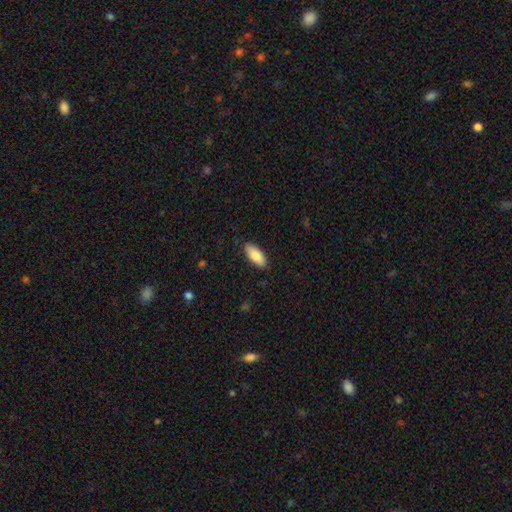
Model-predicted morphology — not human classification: Q: Smooth or featured?
A: smooth (84%); runner-up: featured or disk (10%)
Q: How rounded?
A: in between (81%); runner-up: cigar-shaped (17%)
Q: Merging?
A: none (87%); runner-up: minor disturbance (10%)